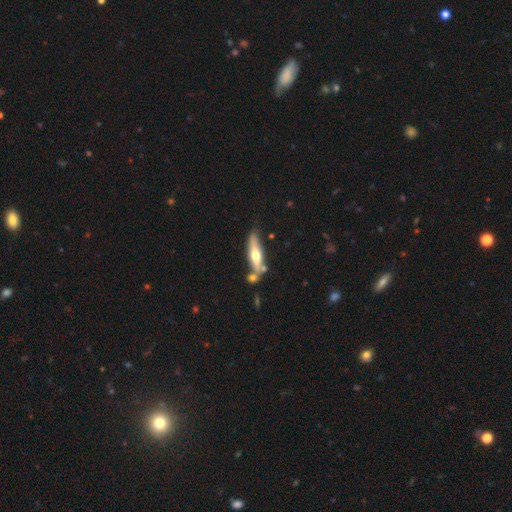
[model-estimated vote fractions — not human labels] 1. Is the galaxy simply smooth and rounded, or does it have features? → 53% featured or disk, 41% smooth, 6% star or artifact.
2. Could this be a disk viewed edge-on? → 86% yes, 14% no.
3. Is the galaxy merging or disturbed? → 62% none, 17% merger, 16% minor disturbance, 4% major disturbance.